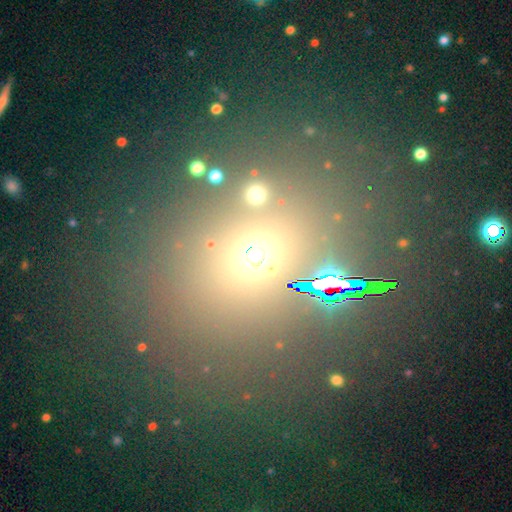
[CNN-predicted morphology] The model was most divided on "smooth or featured": smooth: 48%, star or artifact: 40%, featured or disk: 11%. More confident: merging — none (71%).